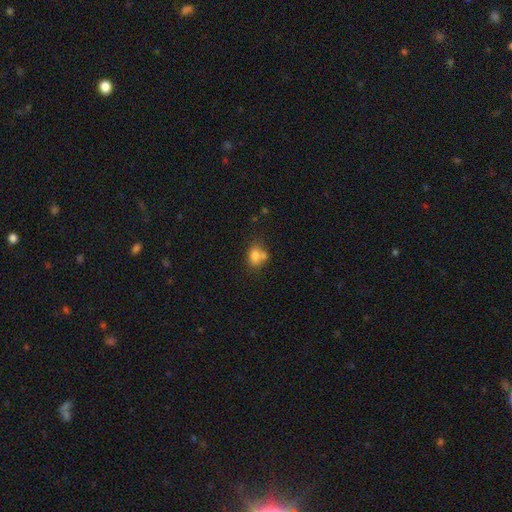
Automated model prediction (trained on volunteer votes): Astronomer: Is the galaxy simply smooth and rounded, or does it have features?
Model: smooth — 77%.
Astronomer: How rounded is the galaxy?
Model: in between — 66%.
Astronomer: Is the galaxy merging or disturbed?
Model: none — 42% (runner-up: merger, 37%).